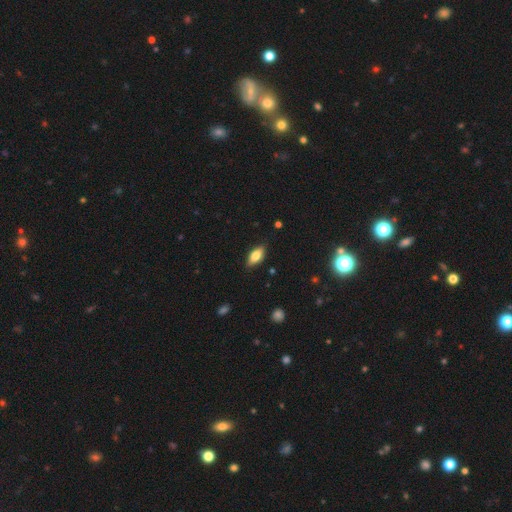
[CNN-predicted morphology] type=smooth (76%); roundness=in between (86%); merging=none (85%).